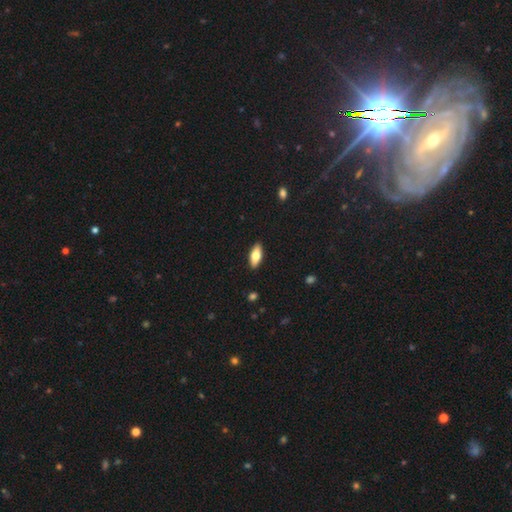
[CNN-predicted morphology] A smooth galaxy with no disk features (69%) that is in between round and cigar-shaped (78%).

Vote fractions:
- Smooth or featured? smooth: 69% / featured or disk: 25% / star or artifact: 6%
- How rounded? in between: 78% / cigar-shaped: 20% / round: 3%
- Merging? none: 90% / minor disturbance: 8% / major disturbance: 2% / merger: 1%